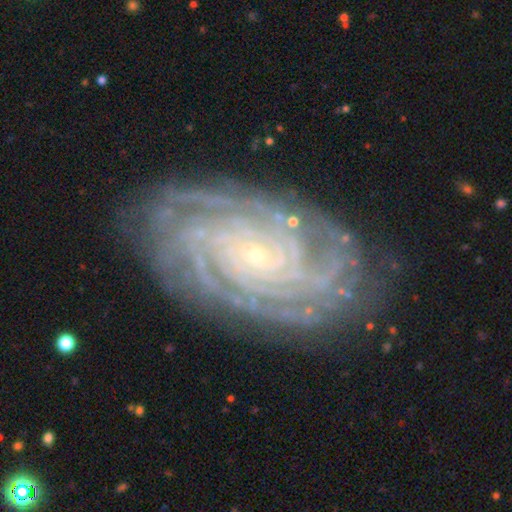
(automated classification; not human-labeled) The model was most divided on "spiral arm count": more than 4: 29%, 4: 24%, can't tell: 19%, 3: 11%, 2: 9%, 1: 8%. More confident: spiral arms — yes (98%); edge-on disk — no (96%); smooth or featured — featured or disk (90%); bulge size — small (84%); spiral winding — tight (83%); merging — none (83%); bar — no (69%).